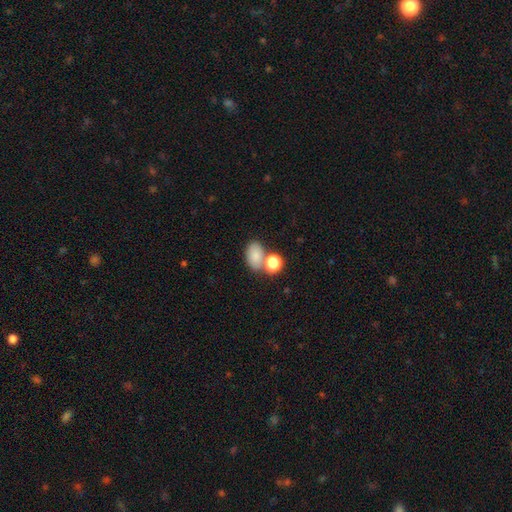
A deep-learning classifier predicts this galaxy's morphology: smooth 79%, star or artifact 11%, featured or disk 10%. Down the decision tree: how rounded — in between (83%); merging — none (56%).